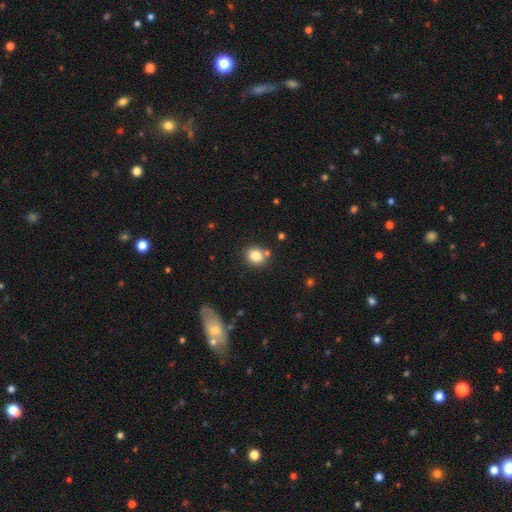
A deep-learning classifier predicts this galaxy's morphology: A smooth galaxy with no disk features (82%) that is round (74%). Merging: none (75%).